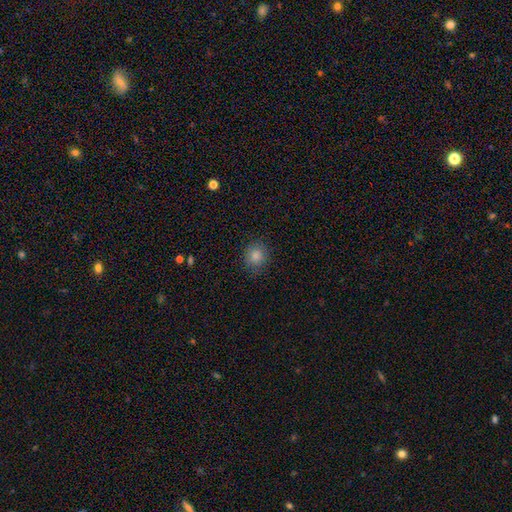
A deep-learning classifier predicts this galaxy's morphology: smooth_or_featured: smooth (p=0.85) [alt: star or artifact p=0.10]
how_rounded: round (p=0.80) [alt: in between p=0.19]
merging: none (p=0.85) [alt: minor disturbance p=0.10]